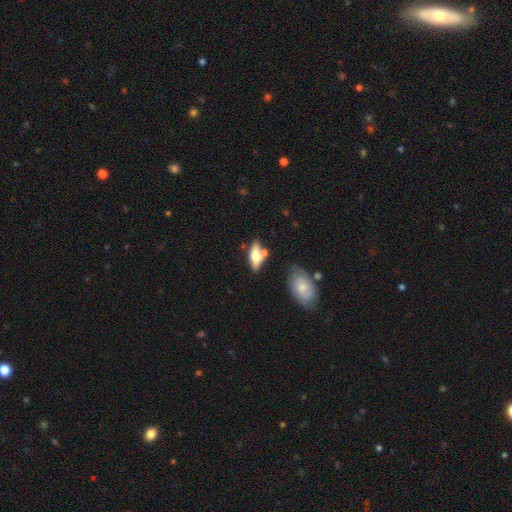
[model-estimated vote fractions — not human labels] Smooth or featured? smooth (55%)
How rounded? in between (69%)
Merging? none (62%)